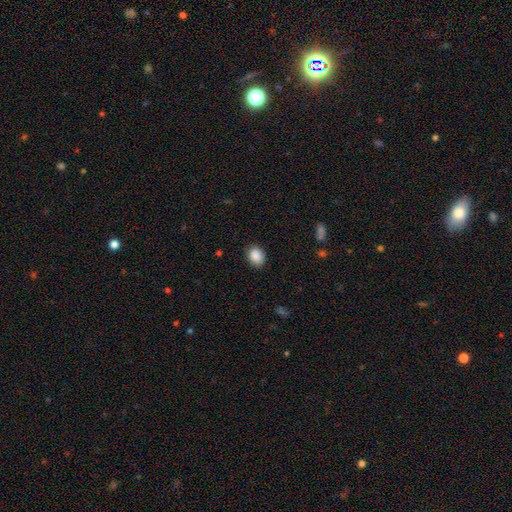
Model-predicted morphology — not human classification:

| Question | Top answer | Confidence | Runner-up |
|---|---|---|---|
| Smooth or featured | smooth | 89% | star or artifact (8%) |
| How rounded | in between | 64% | round (35%) |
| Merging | none | 85% | minor disturbance (12%) |